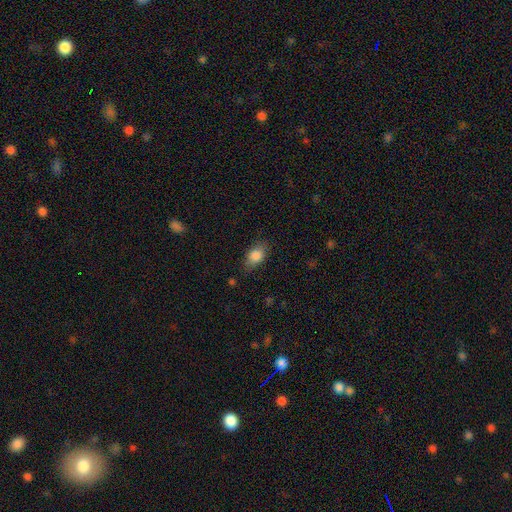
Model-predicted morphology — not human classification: Smooth or featured? Predicted: smooth (p=0.84). How rounded? Predicted: in between (p=0.83). Merging? Predicted: none (p=0.77).